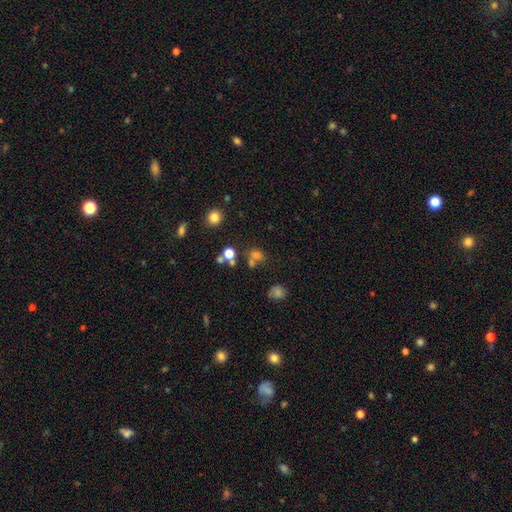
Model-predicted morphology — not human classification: This appears to be a smooth galaxy with no disk features (67%) that is round (63%). Merging: none (51%).